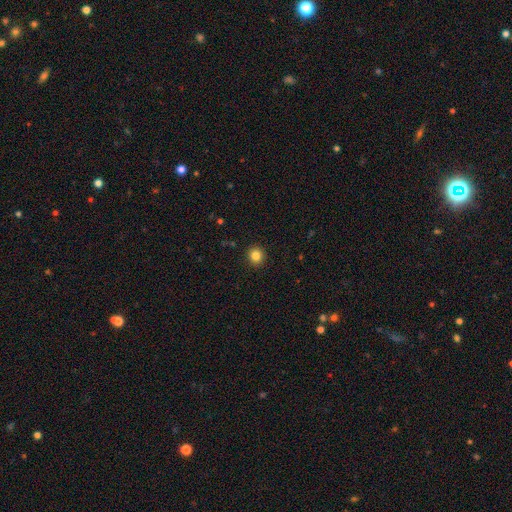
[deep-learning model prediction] This appears to be a smooth galaxy with no disk features (84%) that is round (91%). Merging: none (93%).